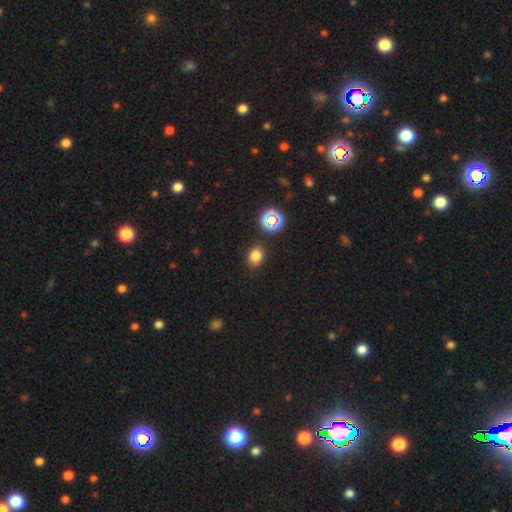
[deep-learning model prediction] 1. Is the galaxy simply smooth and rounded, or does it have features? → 74% smooth, 19% star or artifact, 7% featured or disk.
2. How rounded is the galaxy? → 55% in between, 43% round, 1% cigar-shaped.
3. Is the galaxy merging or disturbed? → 85% none, 10% minor disturbance, 3% major disturbance, 2% merger.